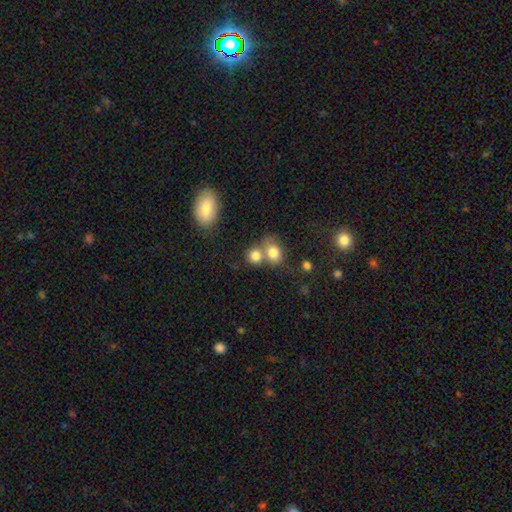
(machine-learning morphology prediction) smooth_or_featured: smooth (p=0.81) [alt: star or artifact p=0.10]
how_rounded: round (p=0.68) [alt: in between p=0.31]
merging: merger (p=0.49) [alt: none p=0.39]